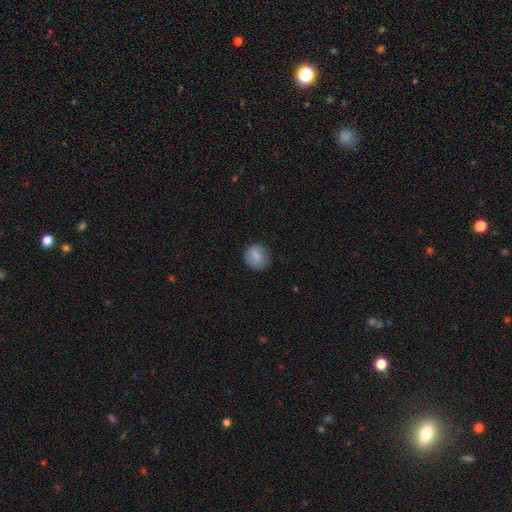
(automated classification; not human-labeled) A smooth galaxy with no disk features (79%) that is round (82%).

Vote fractions:
- Smooth or featured? smooth: 79% / featured or disk: 13% / star or artifact: 8%
- How rounded? round: 82% / in between: 17% / cigar-shaped: 1%
- Merging? none: 83% / minor disturbance: 13% / major disturbance: 4% / merger: 1%